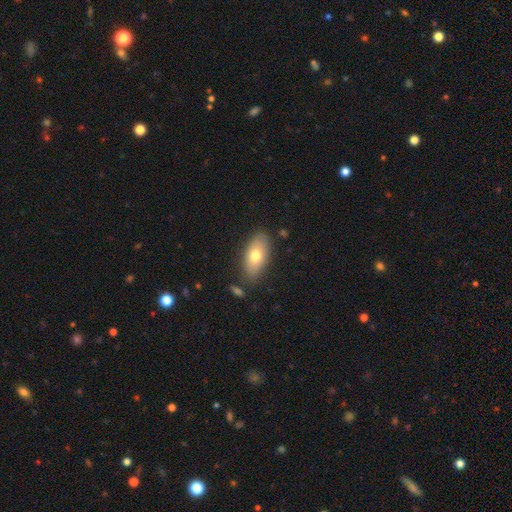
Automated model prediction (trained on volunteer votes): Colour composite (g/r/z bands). It shows a smooth galaxy with no disk features (71%) that is in between round and cigar-shaped (90%). Merging: none (80%).